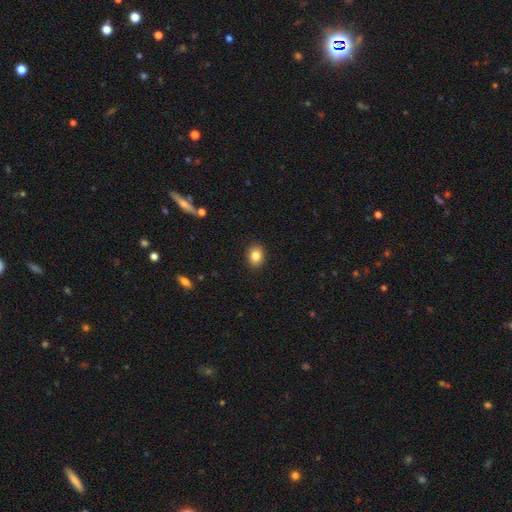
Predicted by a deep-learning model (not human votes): Smooth or featured? smooth (84%)
How rounded? in between (53%)
Merging? none (91%)